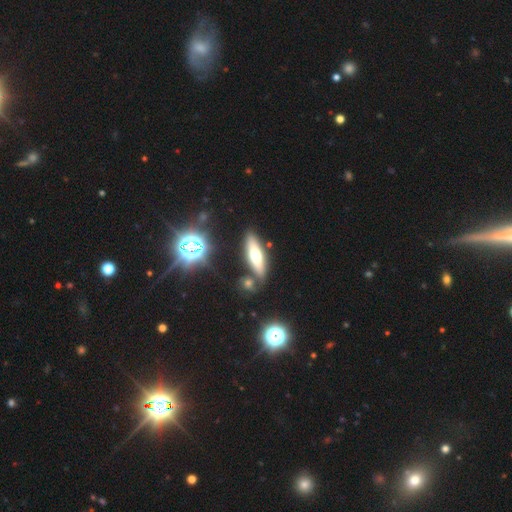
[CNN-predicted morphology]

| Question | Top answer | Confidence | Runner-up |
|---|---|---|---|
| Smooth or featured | smooth | 52% | featured or disk (37%) |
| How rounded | cigar-shaped | 59% | in between (38%) |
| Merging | none | 79% | minor disturbance (10%) |